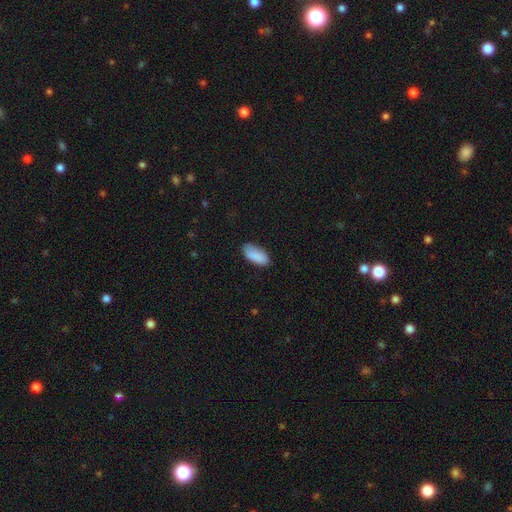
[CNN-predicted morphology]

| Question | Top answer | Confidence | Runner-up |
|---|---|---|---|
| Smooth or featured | smooth | 89% | star or artifact (6%) |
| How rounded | in between | 91% | cigar-shaped (7%) |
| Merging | none | 81% | minor disturbance (15%) |